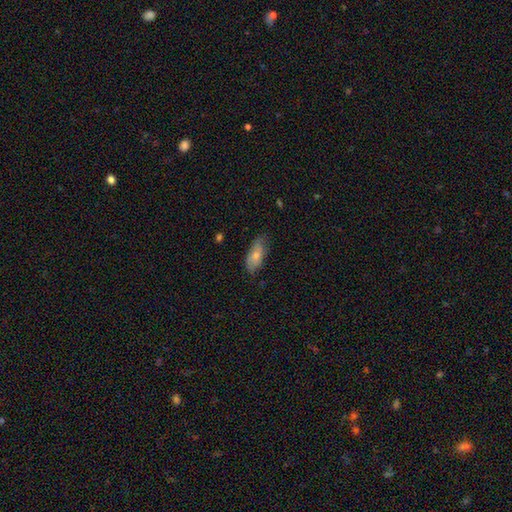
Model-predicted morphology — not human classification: The model was most divided on "merging": none: 68%, minor disturbance: 26%, major disturbance: 5%, merger: 1%. More confident: how rounded — in between (85%); smooth or featured — smooth (73%).